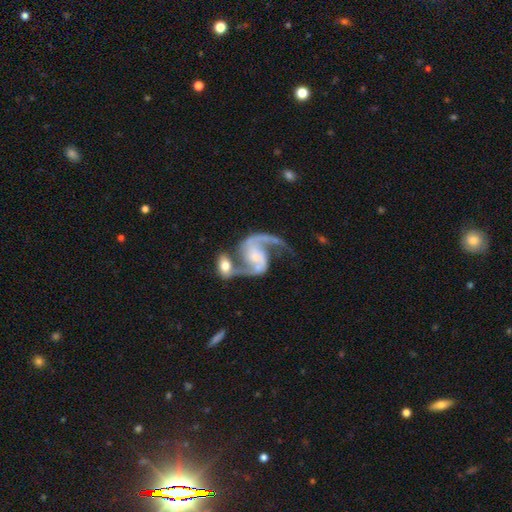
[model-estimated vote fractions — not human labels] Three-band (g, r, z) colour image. It shows a featured or disk galaxy (92%) with no bar (47%), 2 (92%) loose (51%) spiral arms (98%) and a small central bulge (41%). Merging: none (38%).